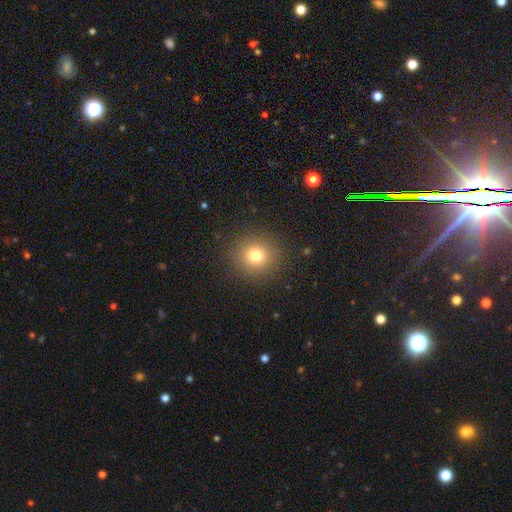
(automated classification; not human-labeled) smooth 76%, star or artifact 15%, featured or disk 9%. Down the decision tree: how rounded — round (91%); merging — none (90%).